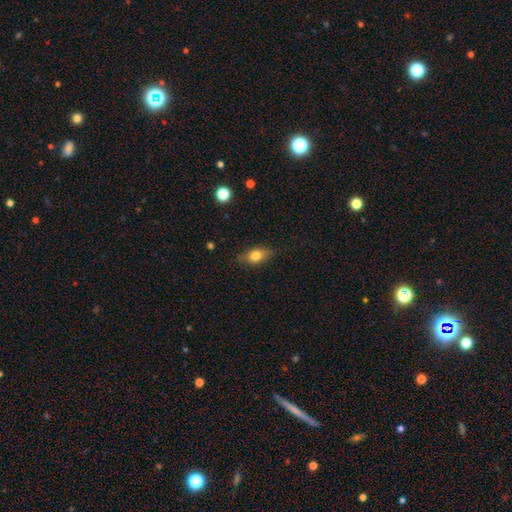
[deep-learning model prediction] This appears to be a smooth galaxy with no disk features (71%) that is in between round and cigar-shaped (76%). Merging: none (78%).